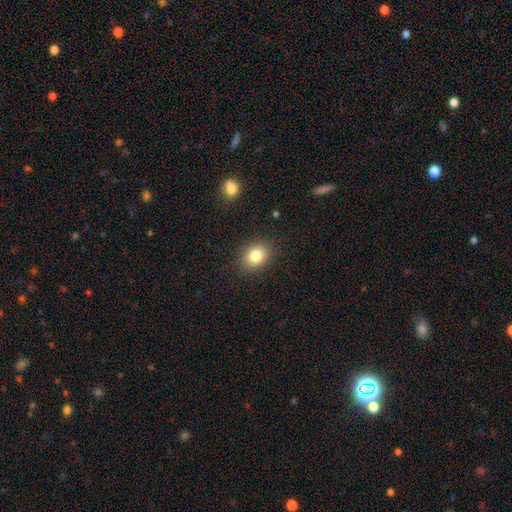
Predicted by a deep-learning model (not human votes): Q: Smooth or featured?
A: smooth (82%); runner-up: star or artifact (10%)
Q: How rounded?
A: in between (52%); runner-up: round (47%)
Q: Merging?
A: none (87%); runner-up: minor disturbance (9%)